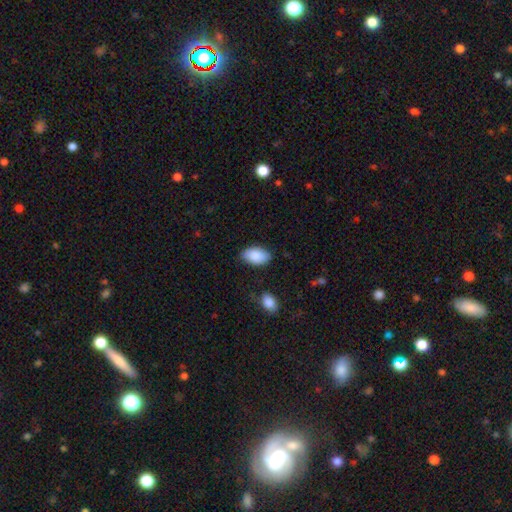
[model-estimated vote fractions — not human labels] Smooth or featured?
  - smooth: 88% *
  - star or artifact: 6%
  - featured or disk: 6%
How rounded?
  - in between: 94% *
  - round: 4%
  - cigar-shaped: 2%
Merging?
  - none: 81% *
  - minor disturbance: 14%
  - major disturbance: 3%
  - merger: 2%